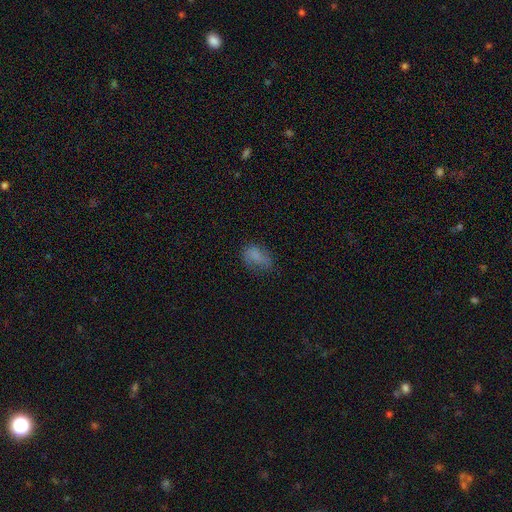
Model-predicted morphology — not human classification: type=smooth (75%); roundness=in between (85%); merging=none (55%).